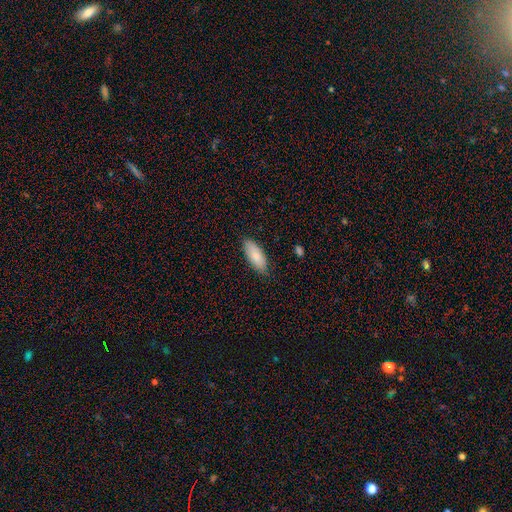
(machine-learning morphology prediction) smooth-or-featured: smooth: 83% | featured or disk: 11% | star or artifact: 6%
  how-rounded: in between: 81% | cigar-shaped: 17% | round: 2%
  merging: none: 82% | minor disturbance: 14% | major disturbance: 2% | merger: 1%